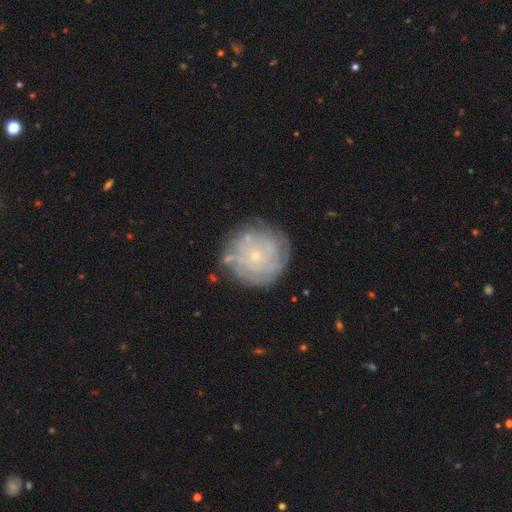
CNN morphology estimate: Smooth or featured? Predicted: featured or disk (p=0.60). Edge-on disk? Predicted: no (p=0.97). Bar? Predicted: no (p=0.87). Spiral arms? Predicted: yes (p=0.68). Bulge size? Predicted: small (p=0.83). Merging? Predicted: none (p=0.76).